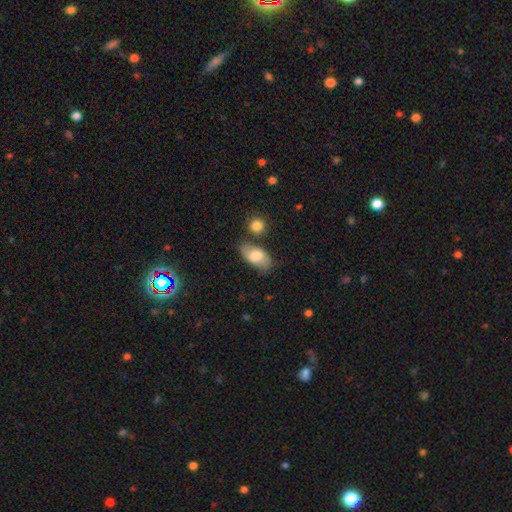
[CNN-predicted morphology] Smooth or featured?
  - smooth: 72% *
  - featured or disk: 22%
  - star or artifact: 7%
How rounded?
  - in between: 91% *
  - round: 5%
  - cigar-shaped: 4%
Merging?
  - none: 66% *
  - minor disturbance: 19%
  - merger: 9%
  - major disturbance: 5%